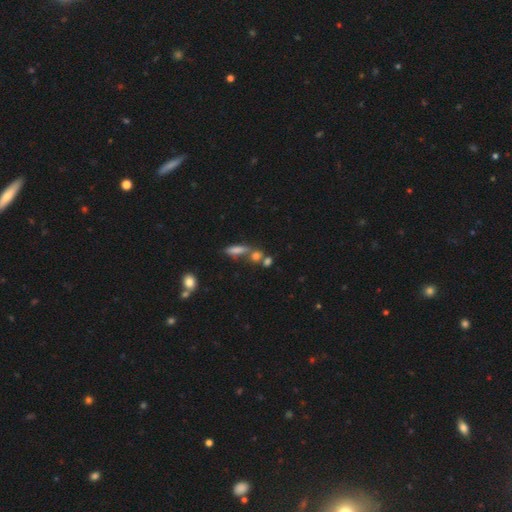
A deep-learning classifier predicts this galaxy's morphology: This is possibly a smooth galaxy (51%). How rounded: possibly cigar-shaped (45%). Merging: marginally none (44%).